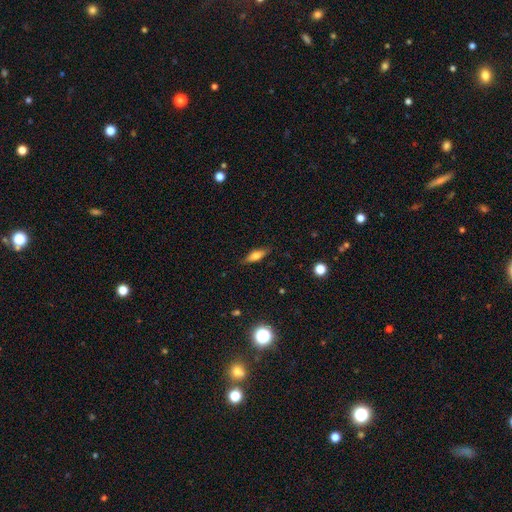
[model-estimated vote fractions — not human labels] This appears to be a smooth galaxy with no disk features (61%) that is in between round and cigar-shaped (53%). Merging: none (85%).